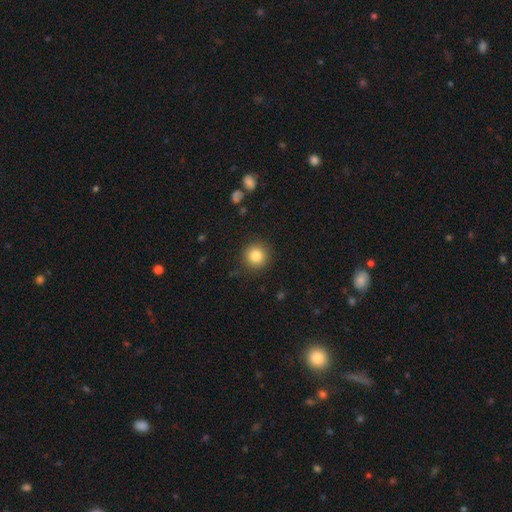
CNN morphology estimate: Smooth or featured? smooth (83%)
How rounded? round (94%)
Merging? none (89%)